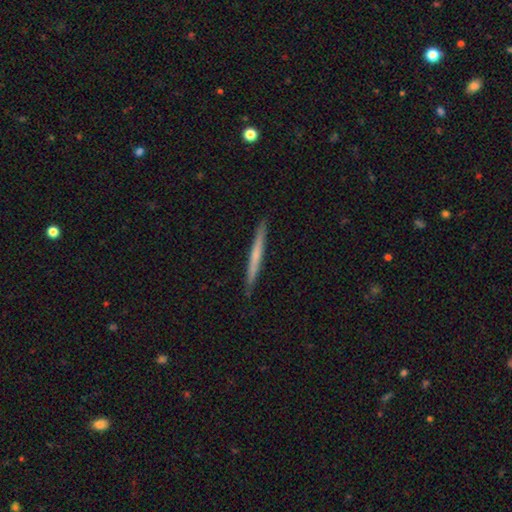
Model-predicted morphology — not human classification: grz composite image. It shows a smooth galaxy with no disk features (54%) that is cigar-shaped (97%). Merging: none (91%).